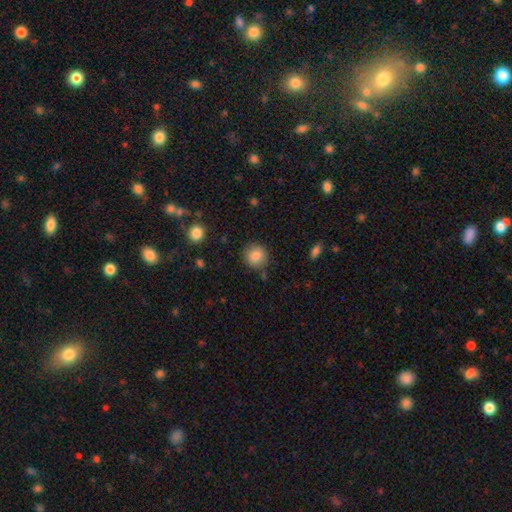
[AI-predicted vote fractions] smooth-or-featured: smooth: 84% | star or artifact: 9% | featured or disk: 7%
  how-rounded: round: 90% | in between: 9% | cigar-shaped: 1%
  merging: none: 85% | minor disturbance: 9% | merger: 3% | major disturbance: 3%